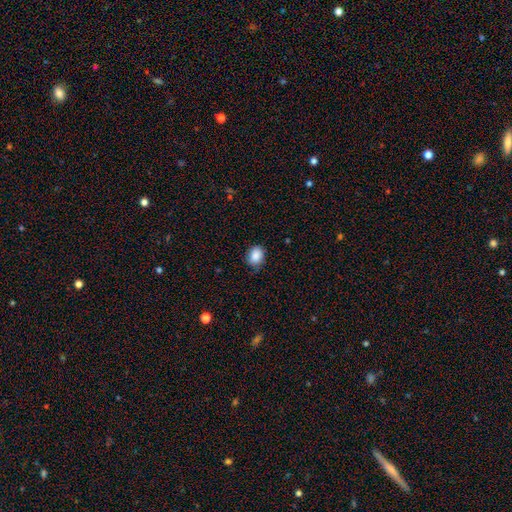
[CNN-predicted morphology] Smooth or featured? smooth (87%)
How rounded? in between (57%)
Merging? none (71%)